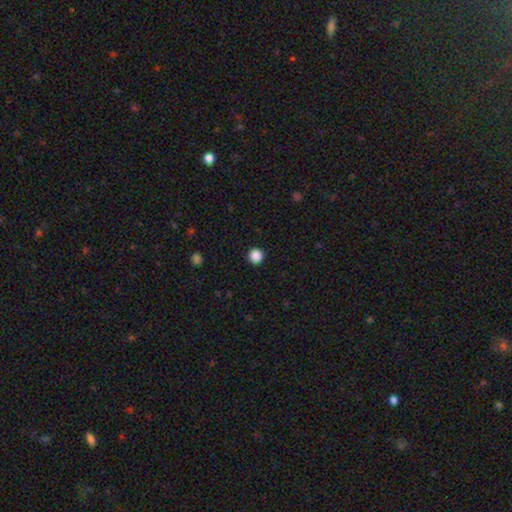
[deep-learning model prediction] The model was most divided on "smooth or featured": smooth: 88%, star or artifact: 10%, featured or disk: 2%. More confident: how rounded — round (96%); merging — none (93%).